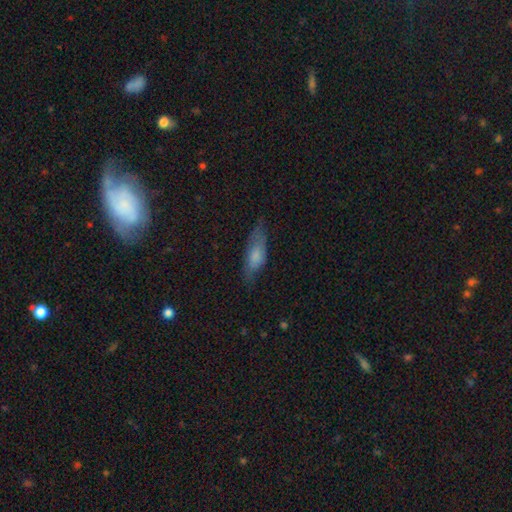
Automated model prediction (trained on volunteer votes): Smooth or featured? smooth (64%)
How rounded? in between (61%)
Merging? none (64%)